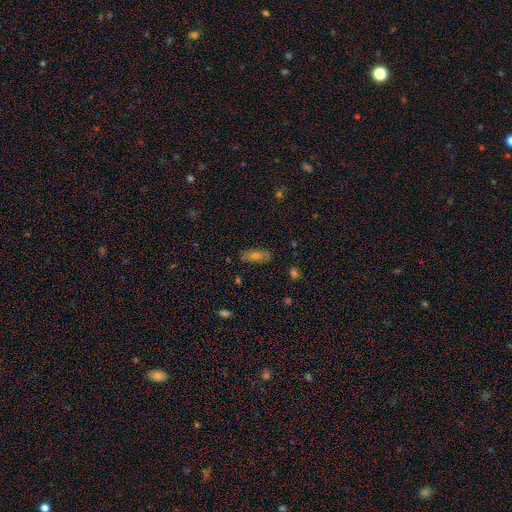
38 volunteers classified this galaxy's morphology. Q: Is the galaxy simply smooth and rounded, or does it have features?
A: smooth — 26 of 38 (68%).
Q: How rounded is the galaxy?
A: in between — 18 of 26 (69%).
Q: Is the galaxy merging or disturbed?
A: none — 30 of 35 (86%).